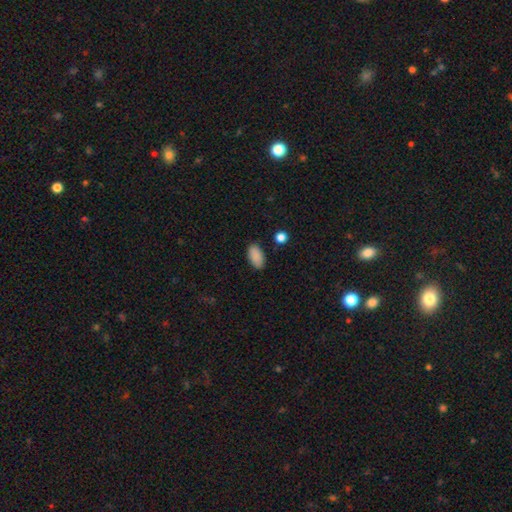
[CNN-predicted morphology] Overall: smooth (89%). How rounded: in between (94%). Merging: none (86%).